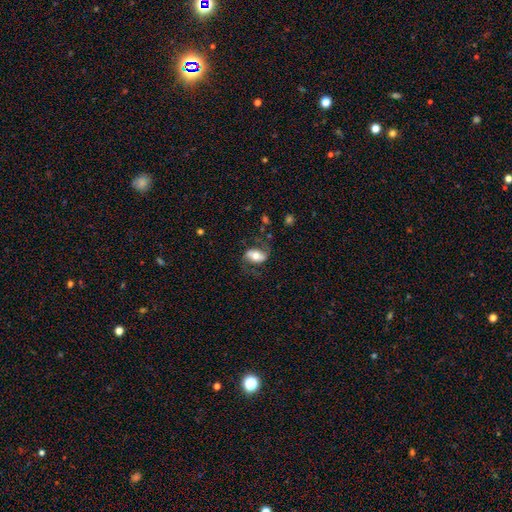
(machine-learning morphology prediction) Overall: featured or disk (47%; smooth 46%). Merging: none (64%).